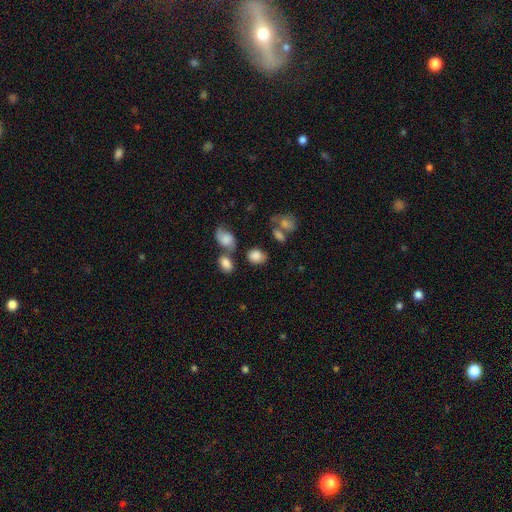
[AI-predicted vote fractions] This is likely a smooth galaxy (79%). How rounded: likely in between (62%). Merging: possibly none (59%).